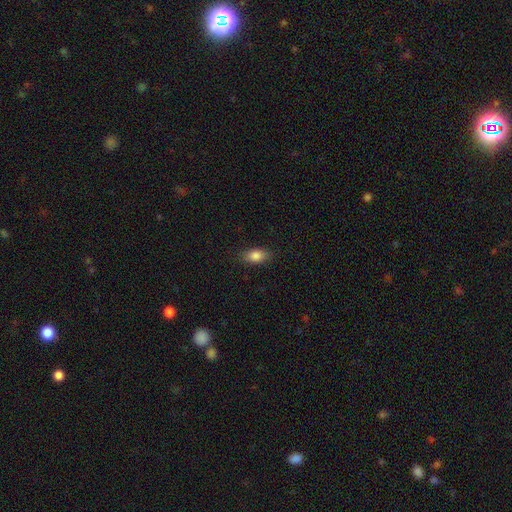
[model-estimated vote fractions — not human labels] A smooth galaxy with no disk features (84%) that is in between round and cigar-shaped (87%).

Vote fractions:
- Smooth or featured? smooth: 84% / star or artifact: 8% / featured or disk: 8%
- How rounded? in between: 87% / round: 7% / cigar-shaped: 6%
- Merging? none: 87% / minor disturbance: 10% / major disturbance: 2% / merger: 1%